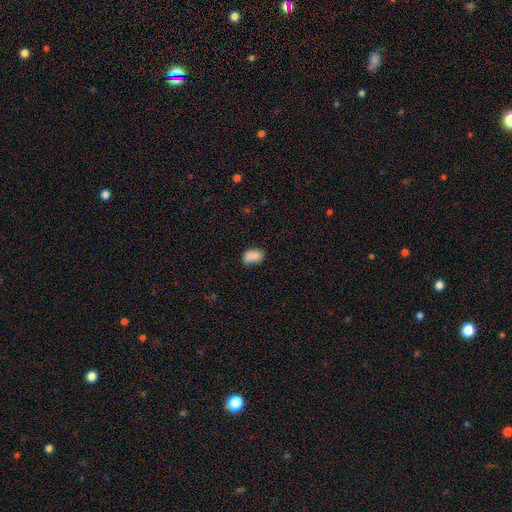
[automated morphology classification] Smooth or featured? smooth (78%)
How rounded? in between (73%)
Merging? none (43%)